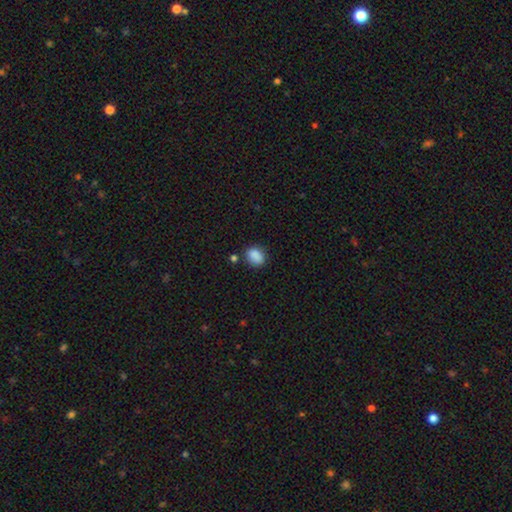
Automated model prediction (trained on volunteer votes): Morphology: type=smooth (87%); roundness=in between (57%); merging=none (74%).